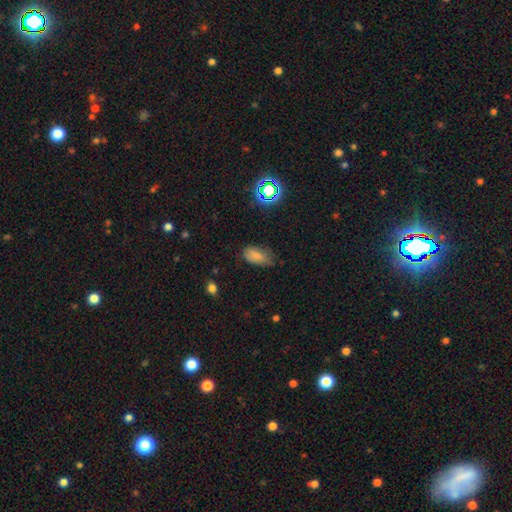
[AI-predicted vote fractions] Morphology: type=smooth (77%); roundness=in between (92%); merging=none (60%).